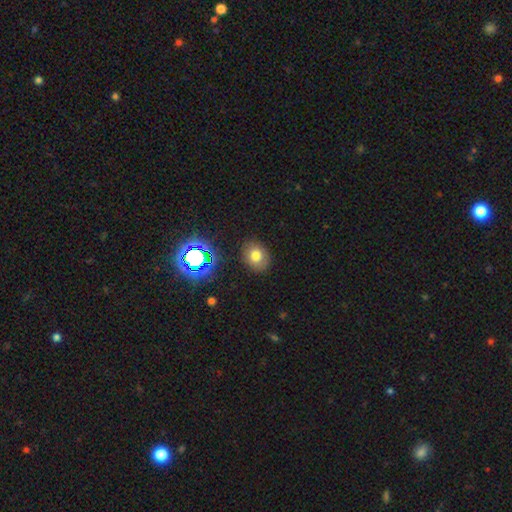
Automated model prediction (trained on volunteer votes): Morphology: type=smooth (73%); roundness=round (51%); merging=none (84%).